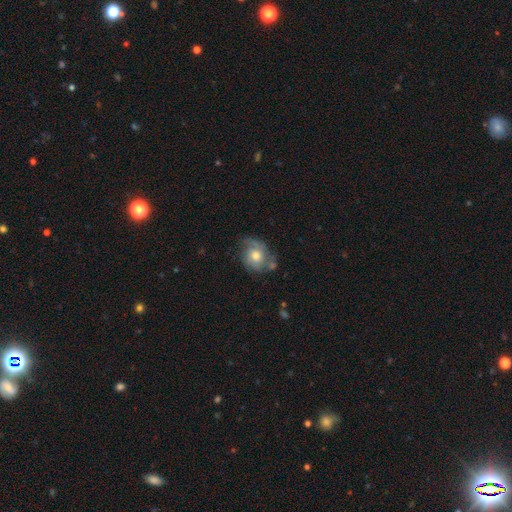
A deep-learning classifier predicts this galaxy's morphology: Smooth or featured? featured or disk (51%)
Edge-on disk? no (96%)
Merging? none (54%)